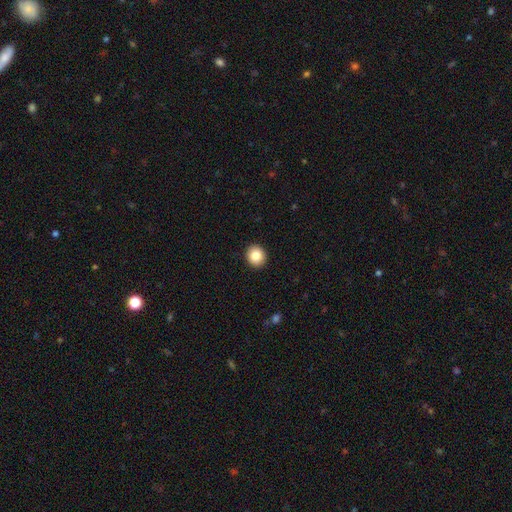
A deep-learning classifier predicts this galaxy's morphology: This is clearly a smooth galaxy (85%). How rounded: clearly round (82%). Merging: clearly none (92%).